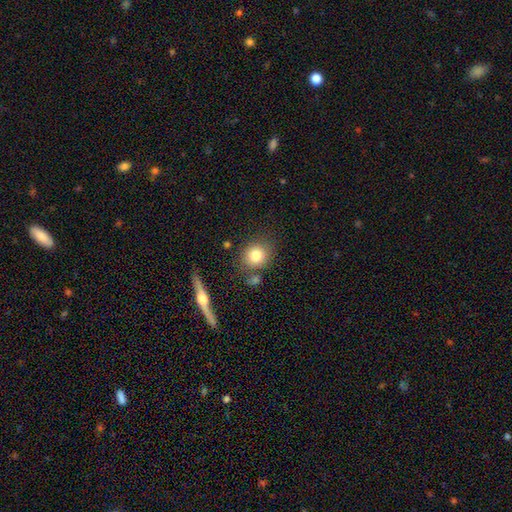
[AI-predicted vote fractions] smooth_or_featured: smooth (p=0.79) [alt: featured or disk p=0.12]
how_rounded: round (p=0.81) [alt: in between p=0.17]
merging: none (p=0.76) [alt: minor disturbance p=0.11]